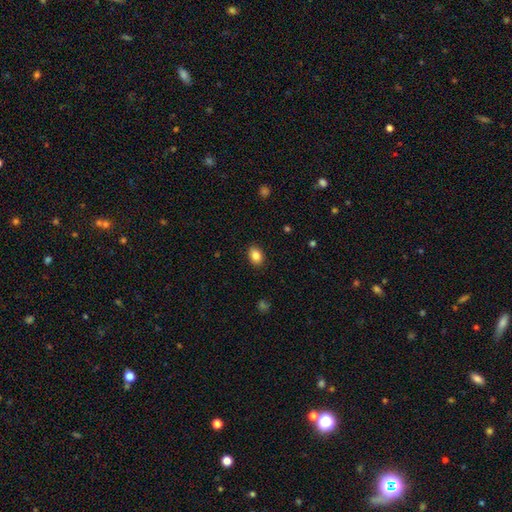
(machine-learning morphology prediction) A smooth galaxy with no disk features (85%) that is in between round and cigar-shaped (75%).

Vote fractions:
- Smooth or featured? smooth: 85% / star or artifact: 9% / featured or disk: 6%
- How rounded? in between: 75% / round: 24% / cigar-shaped: 1%
- Merging? none: 88% / minor disturbance: 8% / major disturbance: 2% / merger: 1%